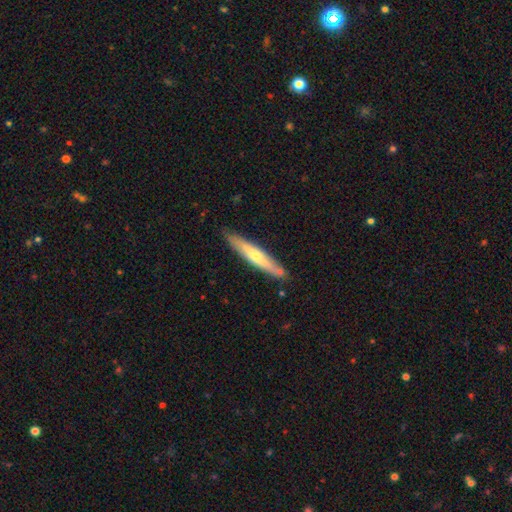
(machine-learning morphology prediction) Smooth or featured? featured or disk (50%)
Edge-on disk? yes (88%)
Merging? none (84%)